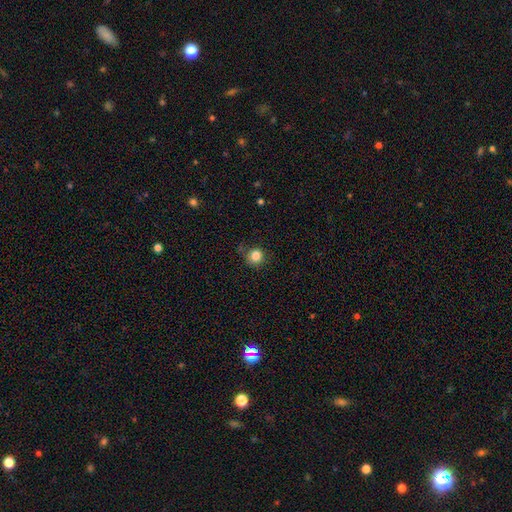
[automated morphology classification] The model was most divided on "merging": none: 82%, minor disturbance: 12%, major disturbance: 3%, merger: 3%. More confident: how rounded — round (90%); smooth or featured — smooth (84%).